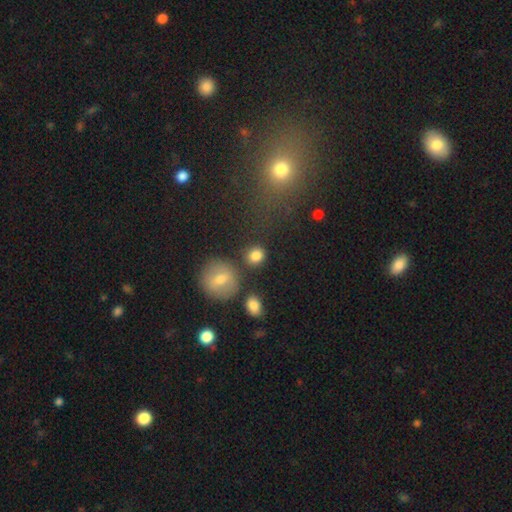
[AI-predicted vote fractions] The model was most divided on "how rounded": round: 80%, in between: 19%, cigar-shaped: 1%. More confident: smooth or featured — smooth (84%); merging — none (76%).